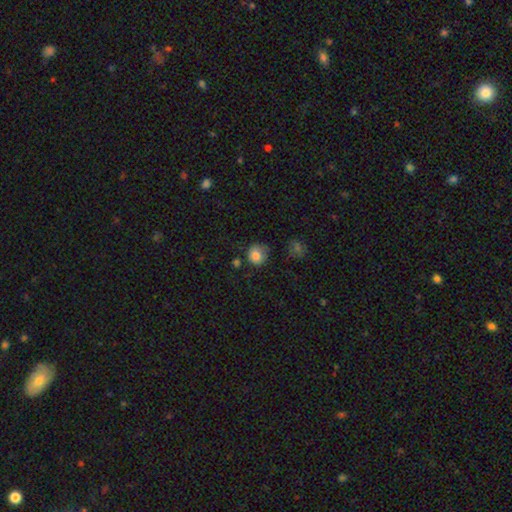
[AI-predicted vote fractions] Smooth or featured? Predicted: smooth (p=0.83). How rounded? Predicted: round (p=0.84). Merging? Predicted: none (p=0.62).